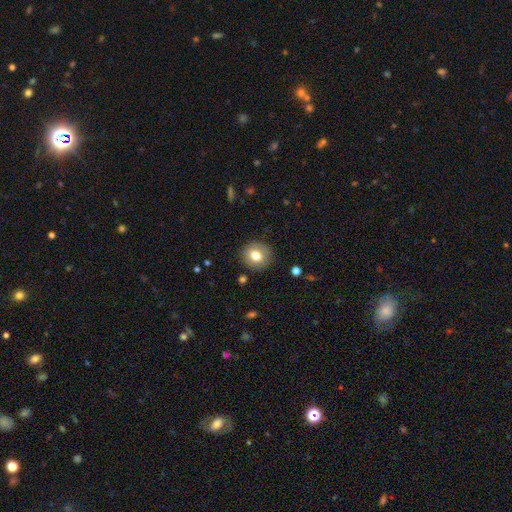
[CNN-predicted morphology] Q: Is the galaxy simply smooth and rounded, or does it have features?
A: smooth — 76%.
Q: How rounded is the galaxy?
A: round — 81%.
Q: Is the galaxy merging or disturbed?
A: none — 88%.